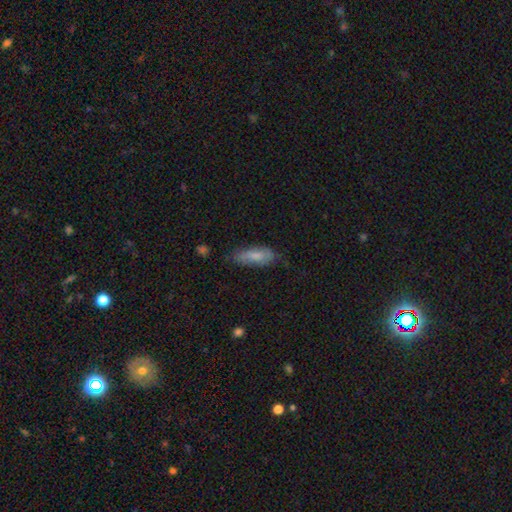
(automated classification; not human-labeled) This is likely a smooth galaxy (74%). How rounded: likely in between (61%). Merging: likely none (68%).